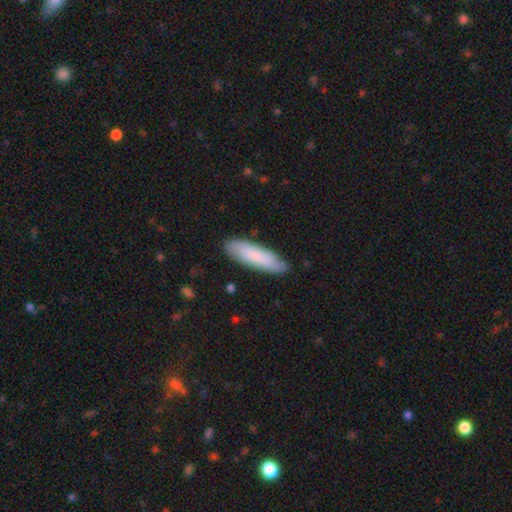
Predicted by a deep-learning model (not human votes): smooth_or_featured: smooth (p=0.77) [alt: featured or disk p=0.18]
how_rounded: cigar-shaped (p=0.60) [alt: in between p=0.38]
merging: none (p=0.84) [alt: minor disturbance p=0.12]